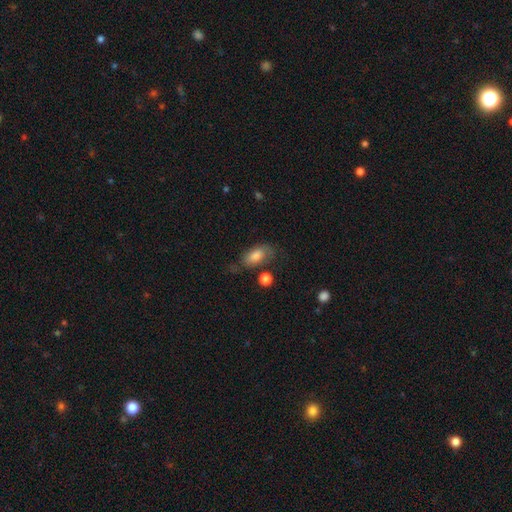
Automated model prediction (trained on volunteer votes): This appears to be a smooth galaxy with no disk features (76%) that is in between round and cigar-shaped (87%). Merging: none (56%).